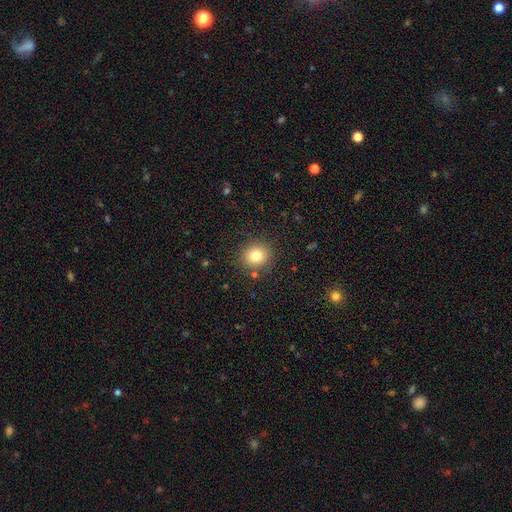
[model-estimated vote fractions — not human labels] Smooth or featured?
  - smooth: 80% *
  - star or artifact: 12%
  - featured or disk: 8%
How rounded?
  - round: 87% *
  - in between: 12%
  - cigar-shaped: 1%
Merging?
  - none: 87% *
  - minor disturbance: 8%
  - major disturbance: 3%
  - merger: 2%